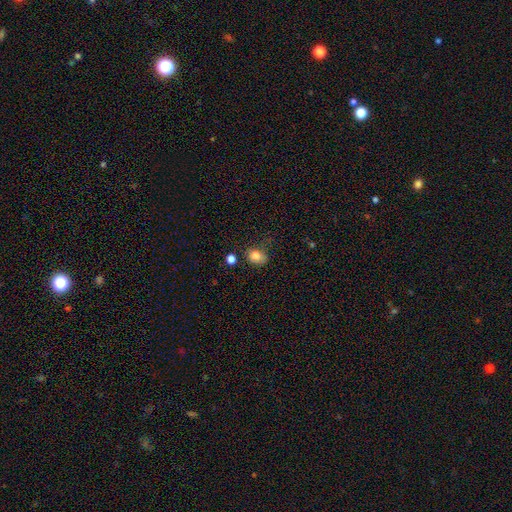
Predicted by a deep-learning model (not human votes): Morphology: type=smooth (81%); roundness=in between (55%); merging=none (61%).